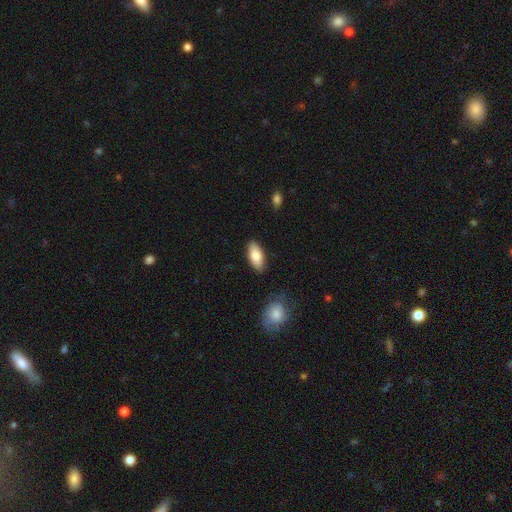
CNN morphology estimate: smooth_or_featured: smooth (p=0.83) [alt: featured or disk p=0.11]
how_rounded: in between (p=0.88) [alt: cigar-shaped p=0.09]
merging: none (p=0.85) [alt: minor disturbance p=0.11]